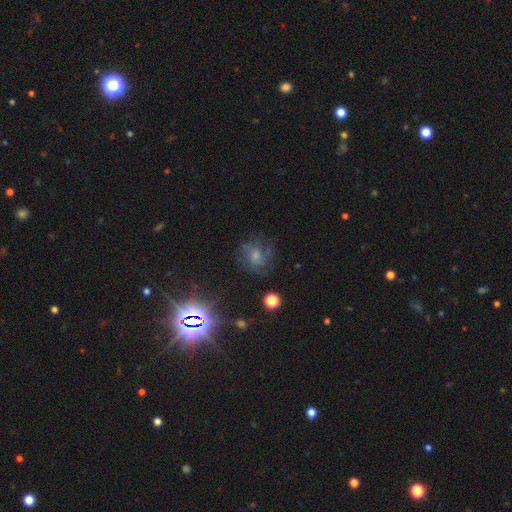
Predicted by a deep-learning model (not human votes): Smooth or featured? featured or disk (47%)
Merging? none (63%)